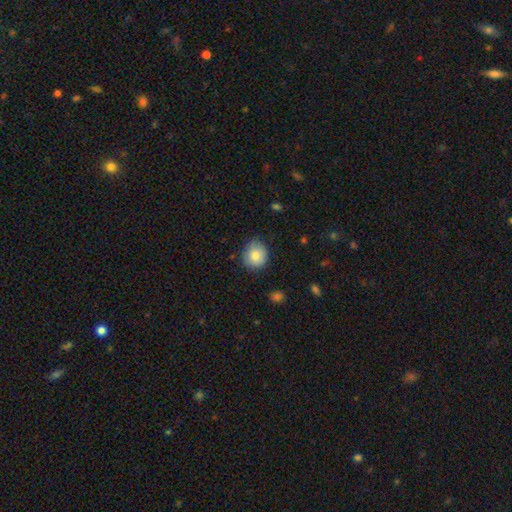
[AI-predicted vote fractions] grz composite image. It shows a smooth galaxy with no disk features (83%) that is round (84%). Merging: none (77%).